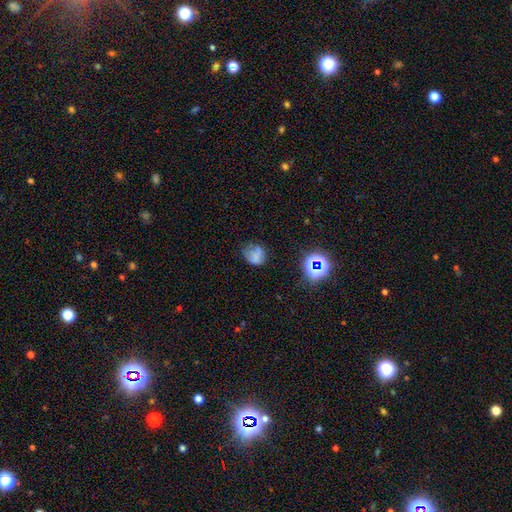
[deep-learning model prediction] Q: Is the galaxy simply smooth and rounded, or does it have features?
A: smooth — 62%.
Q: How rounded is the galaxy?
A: round — 66%.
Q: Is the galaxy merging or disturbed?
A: none — 52%.